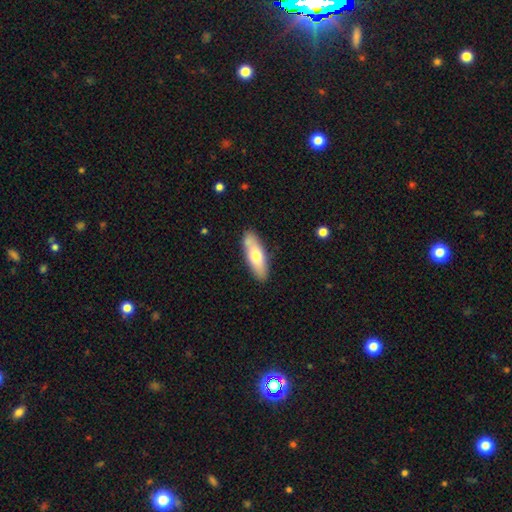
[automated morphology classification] This is likely a smooth galaxy (65%). How rounded: possibly in between (60%). Merging: clearly none (81%).